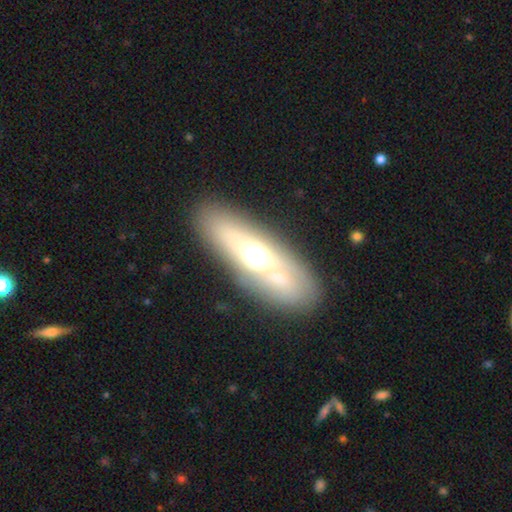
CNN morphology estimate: featured or disk 51%, smooth 38%, star or artifact 11%. Down the decision tree: edge-on disk — yes (56%); merging — none (84%).